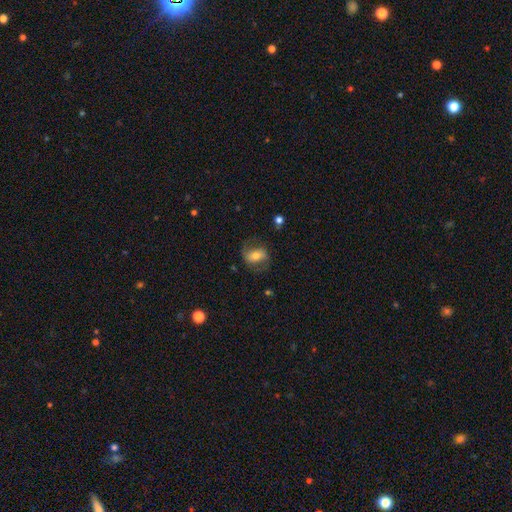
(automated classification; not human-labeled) smooth_or_featured: featured or disk (p=0.49) [alt: smooth p=0.43]
merging: none (p=0.66) [alt: minor disturbance p=0.19]